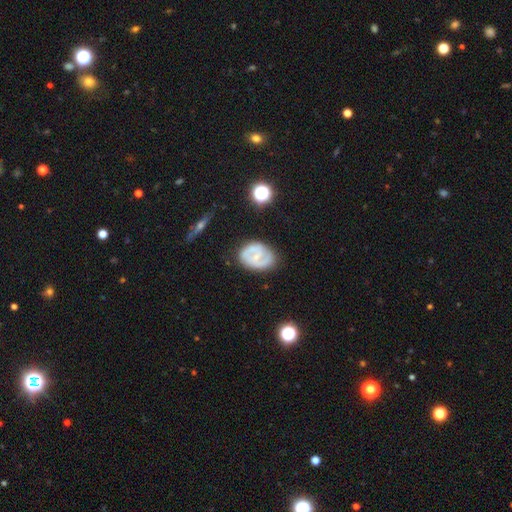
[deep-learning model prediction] smooth-or-featured: featured or disk: 70% | smooth: 24% | star or artifact: 6%
  disk-edge-on: no: 97% | yes: 3%
    bar: weak: 43% | no: 40% | strong: 17%
    has-spiral-arms: yes: 75% | no: 25%
      spiral-winding: medium: 41% | tight: 40% | loose: 18%
      spiral-arm-count: 2: 71% | can't tell: 17% | 1: 6% | 3: 3% | 4: 1% | more than 4: 1%
    bulge-size: small: 62% | moderate: 25% | none: 10% | large: 1% | dominant: 1%
  merging: none: 73% | minor disturbance: 18% | major disturbance: 6% | merger: 2%